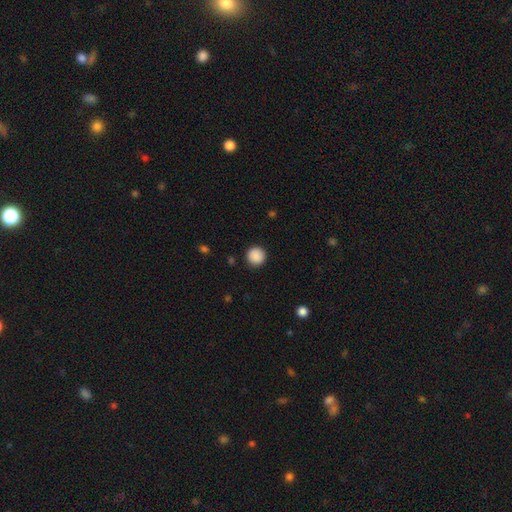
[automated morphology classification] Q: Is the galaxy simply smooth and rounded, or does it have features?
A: smooth — 89%.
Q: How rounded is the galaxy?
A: round — 95%.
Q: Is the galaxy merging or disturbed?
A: none — 91%.